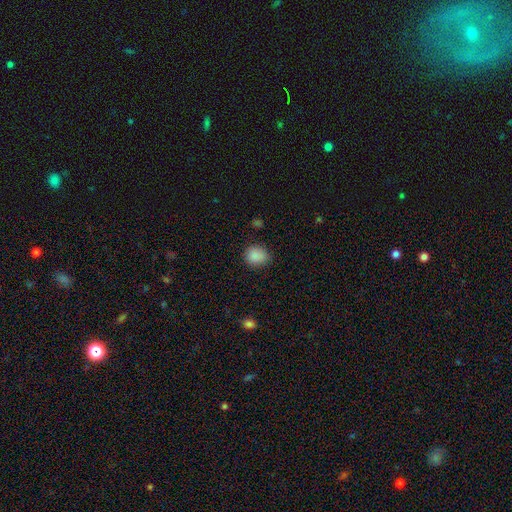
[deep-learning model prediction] This appears to be a smooth galaxy with no disk features (87%) that is round (63%). Merging: none (80%).